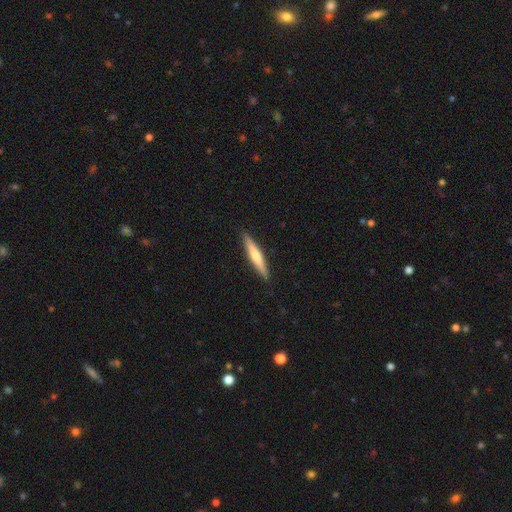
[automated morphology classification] Smooth or featured? Predicted: smooth (p=0.53). How rounded? Predicted: cigar-shaped (p=0.93). Merging? Predicted: none (p=0.90).